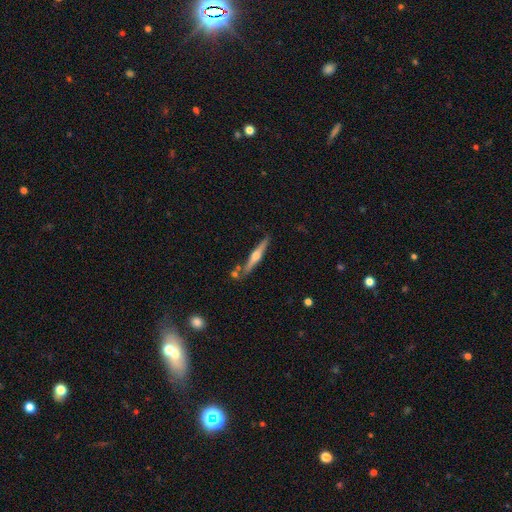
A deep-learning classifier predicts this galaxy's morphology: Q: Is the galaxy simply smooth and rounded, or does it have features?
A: featured or disk — 69%.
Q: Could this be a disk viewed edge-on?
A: yes — 97%.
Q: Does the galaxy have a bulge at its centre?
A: rounded — 93%.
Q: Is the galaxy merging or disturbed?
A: none — 82%.